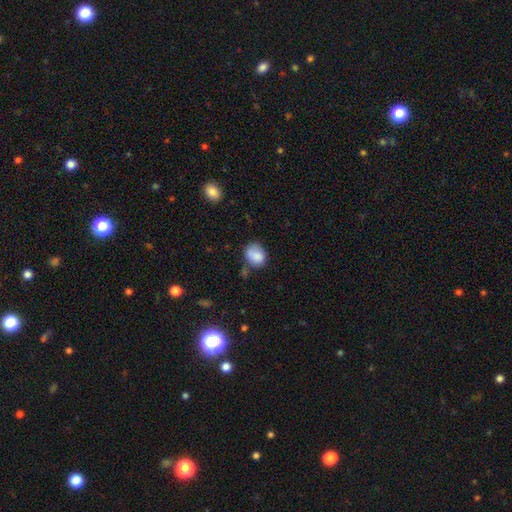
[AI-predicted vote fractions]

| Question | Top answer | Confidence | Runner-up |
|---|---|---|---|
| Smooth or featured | smooth | 83% | star or artifact (9%) |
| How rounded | in between | 53% | round (46%) |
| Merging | none | 54% | minor disturbance (28%) |